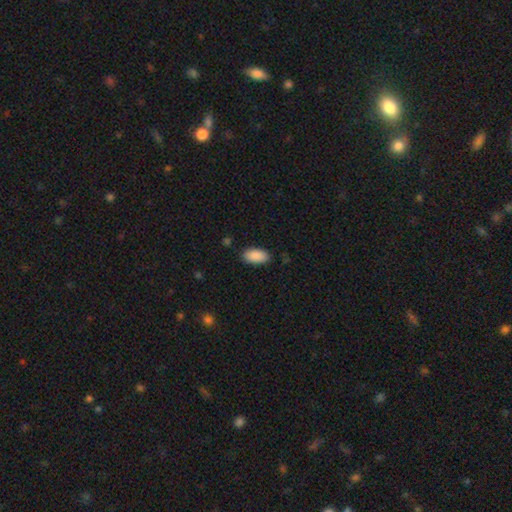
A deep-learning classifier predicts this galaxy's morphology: type=smooth (90%); roundness=in between (95%); merging=none (87%).